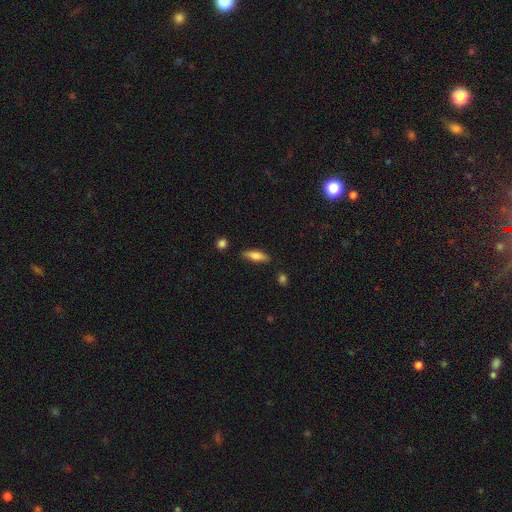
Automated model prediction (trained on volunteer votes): smooth_or_featured: smooth (p=0.71) [alt: featured or disk p=0.22]
how_rounded: cigar-shaped (p=0.53) [alt: in between p=0.45]
merging: none (p=0.82) [alt: minor disturbance p=0.13]